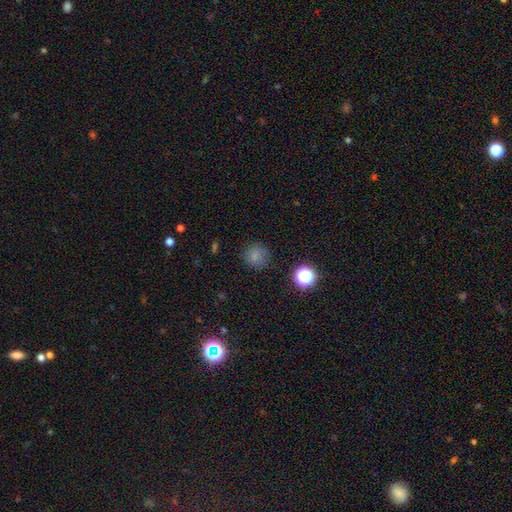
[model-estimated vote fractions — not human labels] smooth_or_featured: smooth (p=0.78) [alt: star or artifact p=0.16]
how_rounded: round (p=0.91) [alt: in between p=0.08]
merging: none (p=0.84) [alt: minor disturbance p=0.10]